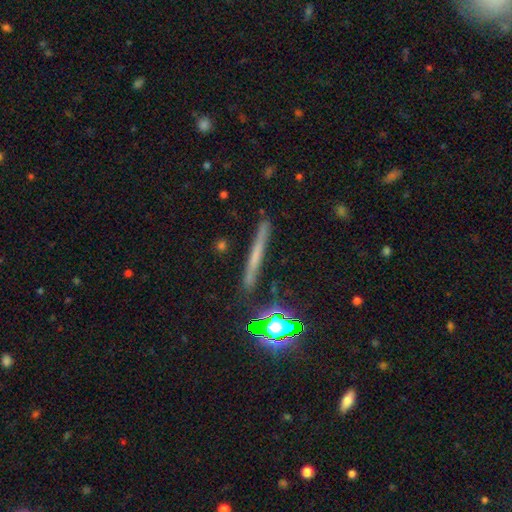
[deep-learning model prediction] smooth_or_featured: smooth (p=0.41) [alt: featured or disk p=0.40]
merging: none (p=0.87) [alt: minor disturbance p=0.09]